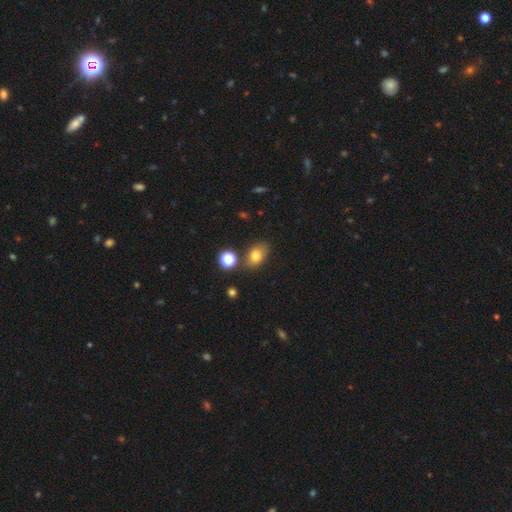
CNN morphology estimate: Overall: smooth (76%). How rounded: in between (76%). Merging: none (75%).